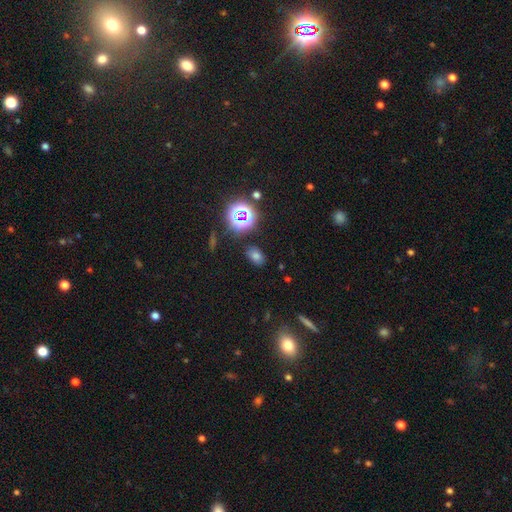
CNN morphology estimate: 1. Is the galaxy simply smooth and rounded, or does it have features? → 61% smooth, 30% star or artifact, 9% featured or disk.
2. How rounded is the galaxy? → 76% in between, 23% round, 2% cigar-shaped.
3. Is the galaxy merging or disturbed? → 84% none, 10% minor disturbance, 3% major disturbance, 3% merger.